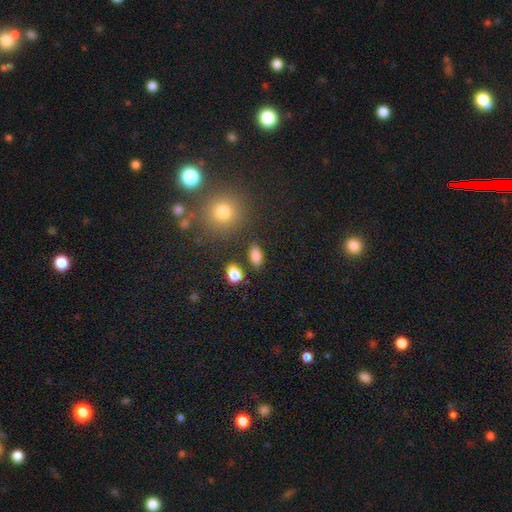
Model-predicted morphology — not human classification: Smooth or featured: smooth — 85% (star or artifact — 10%)
How rounded: in between — 85% (round — 10%)
Merging: none — 83% (minor disturbance — 10%)